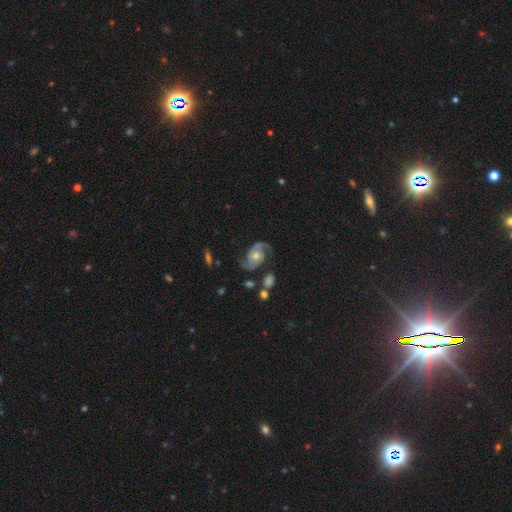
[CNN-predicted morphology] Smooth or featured: featured or disk — 87% (smooth — 8%)
Edge-on disk: no — 97% (yes — 3%)
Bar: no — 69% (weak — 25%)
Spiral arms: yes — 96% (no — 4%)
Spiral winding: medium — 51% (loose — 30%)
Spiral arm count: 2 — 92% (can't tell — 3%)
Bulge size: moderate — 68% (small — 19%)
Merging: none — 73% (minor disturbance — 16%)